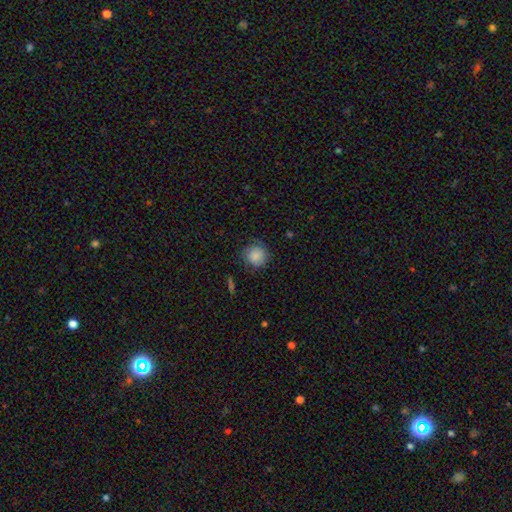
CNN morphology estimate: This is clearly a smooth galaxy (84%). How rounded: clearly round (90%). Merging: likely none (78%).